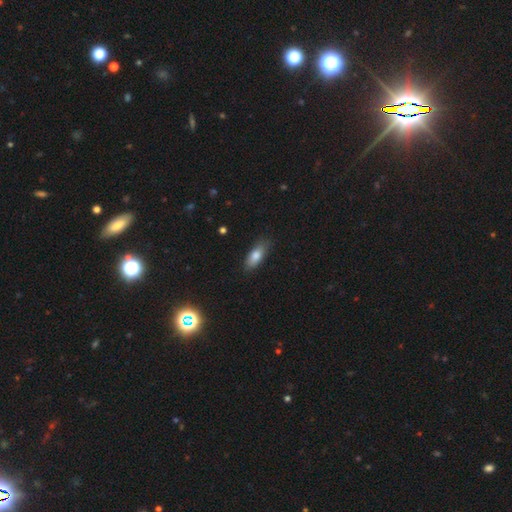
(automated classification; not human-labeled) Smooth or featured?
  - smooth: 80% *
  - featured or disk: 13%
  - star or artifact: 7%
How rounded?
  - in between: 76% *
  - cigar-shaped: 20%
  - round: 3%
Merging?
  - none: 80% *
  - minor disturbance: 16%
  - major disturbance: 3%
  - merger: 1%